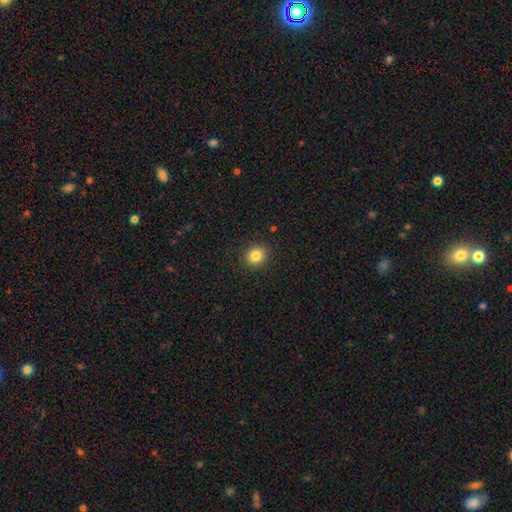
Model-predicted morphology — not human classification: Smooth or featured? smooth (84%)
How rounded? round (81%)
Merging? none (90%)